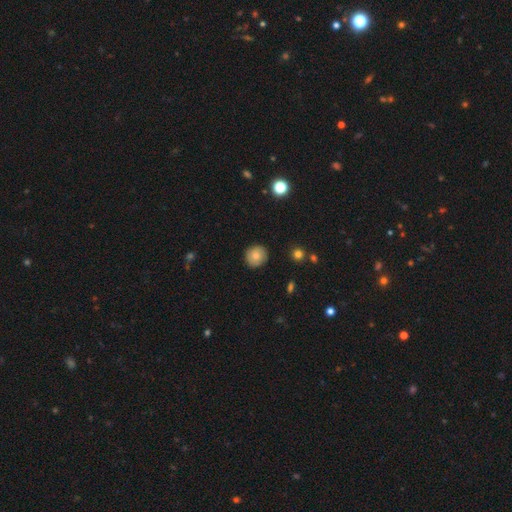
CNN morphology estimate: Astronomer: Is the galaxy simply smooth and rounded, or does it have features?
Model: smooth — 77%.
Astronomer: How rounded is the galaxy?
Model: round — 90%.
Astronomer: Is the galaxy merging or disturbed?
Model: none — 88%.